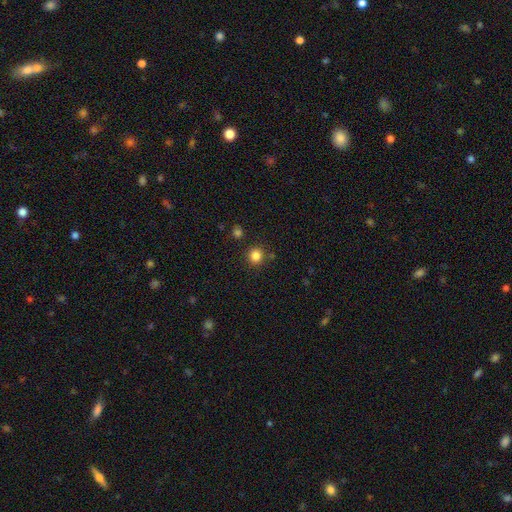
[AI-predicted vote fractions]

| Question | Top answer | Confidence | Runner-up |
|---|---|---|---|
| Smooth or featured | smooth | 84% | star or artifact (12%) |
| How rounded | round | 93% | in between (6%) |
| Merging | none | 87% | minor disturbance (7%) |